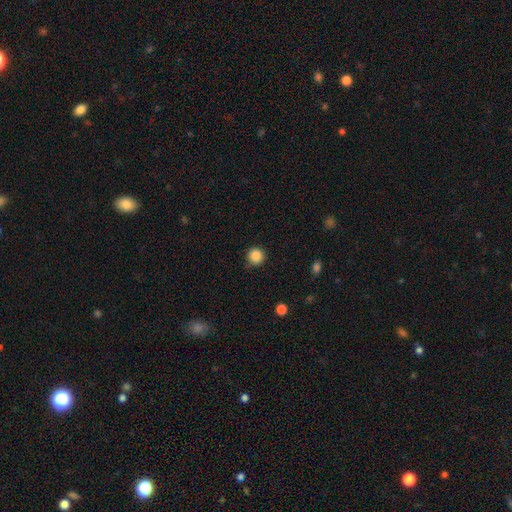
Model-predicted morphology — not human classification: Smooth or featured: smooth — 86% (star or artifact — 10%)
How rounded: round — 95% (in between — 4%)
Merging: none — 88% (minor disturbance — 9%)